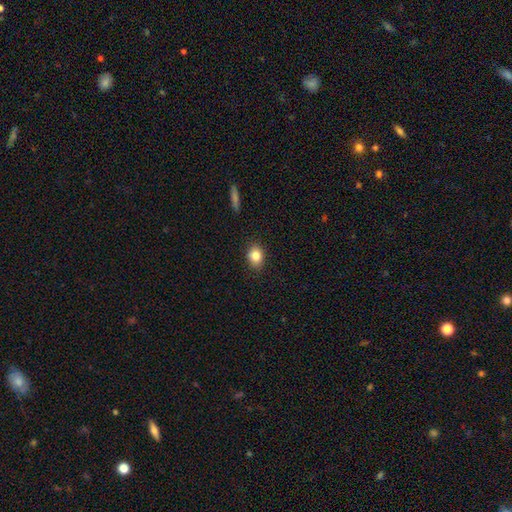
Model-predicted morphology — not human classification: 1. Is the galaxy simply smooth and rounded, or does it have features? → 82% smooth, 10% star or artifact, 8% featured or disk.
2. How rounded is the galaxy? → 57% in between, 42% round, 1% cigar-shaped.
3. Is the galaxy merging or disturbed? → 86% none, 11% minor disturbance, 2% major disturbance, 1% merger.